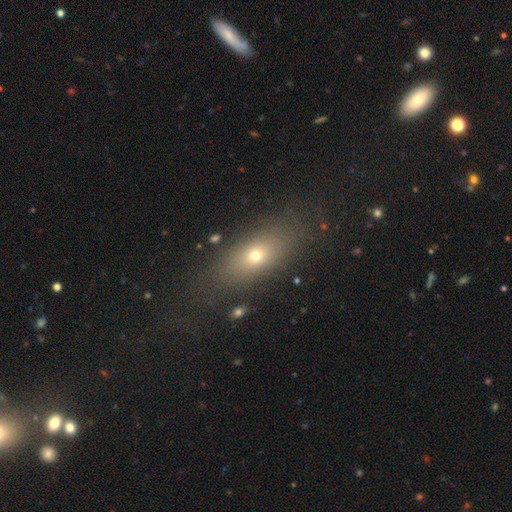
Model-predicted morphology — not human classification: This appears to be a smooth galaxy with no disk features (64%) that is in between round and cigar-shaped (67%). Merging: none (77%).